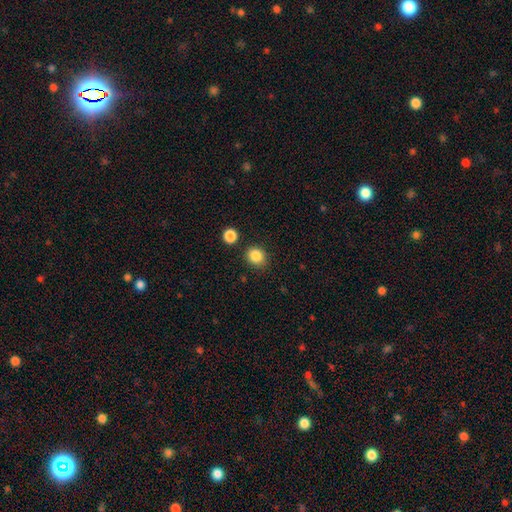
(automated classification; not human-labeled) A smooth galaxy with no disk features (86%) that is round (79%). Merging: none (83%).